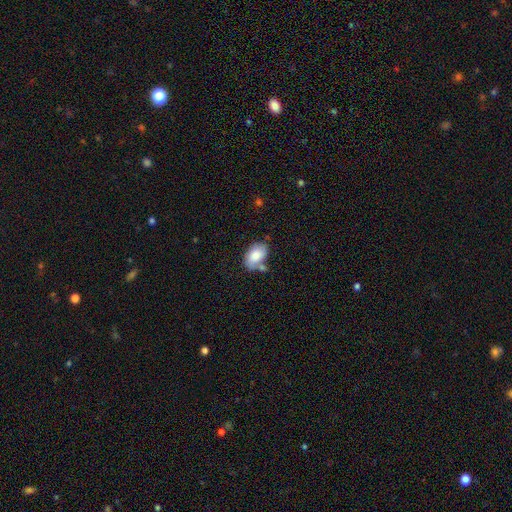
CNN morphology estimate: Smooth or featured? Predicted: smooth (p=0.78). How rounded? Predicted: in between (p=0.89). Merging? Predicted: none (p=0.52).